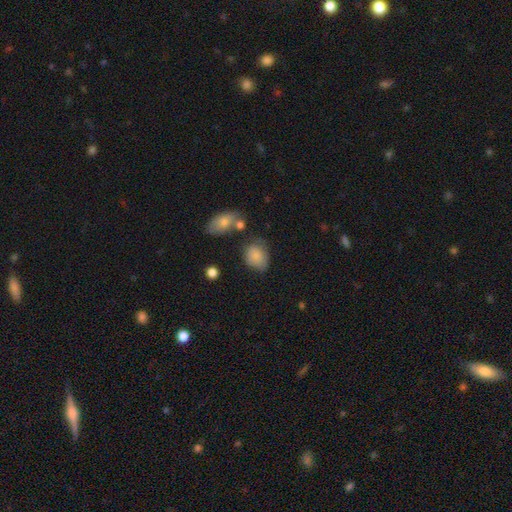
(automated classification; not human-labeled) The model was most divided on "merging": none: 53%, minor disturbance: 30%, major disturbance: 9%, merger: 7%. More confident: smooth or featured — smooth (81%); how rounded — in between (66%).